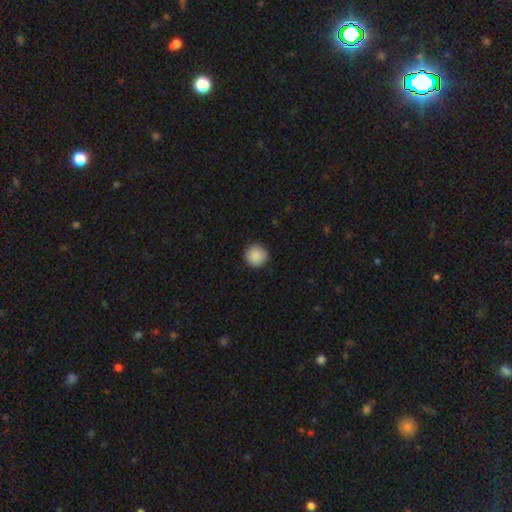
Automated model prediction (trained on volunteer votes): smooth 89%, star or artifact 8%, featured or disk 3%. Down the decision tree: how rounded — round (95%); merging — none (90%).